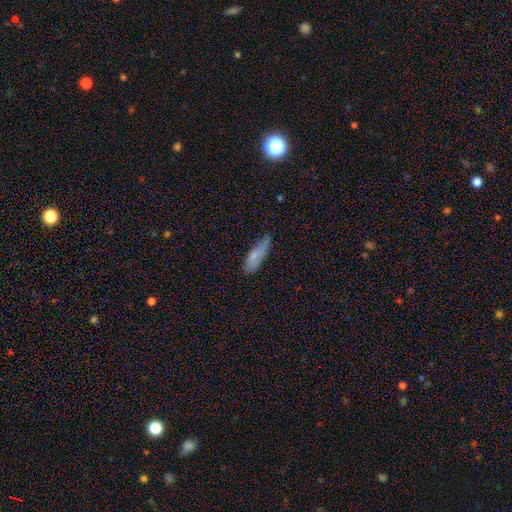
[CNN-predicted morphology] This is likely a smooth galaxy (77%). How rounded: possibly in between (52%). Merging: possibly none (53%).